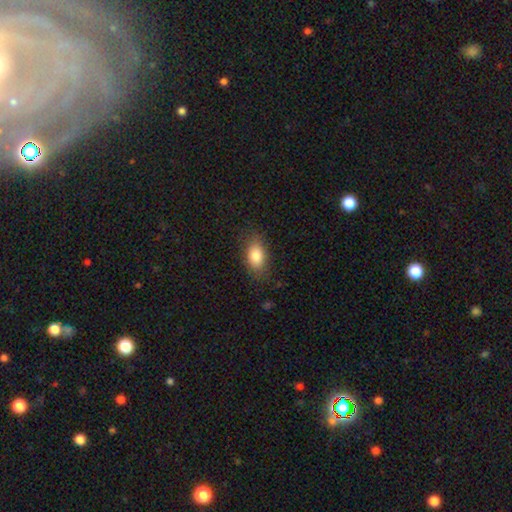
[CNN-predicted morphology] This appears to be a smooth galaxy with no disk features (83%) that is in between round and cigar-shaped (88%). Merging: none (82%).